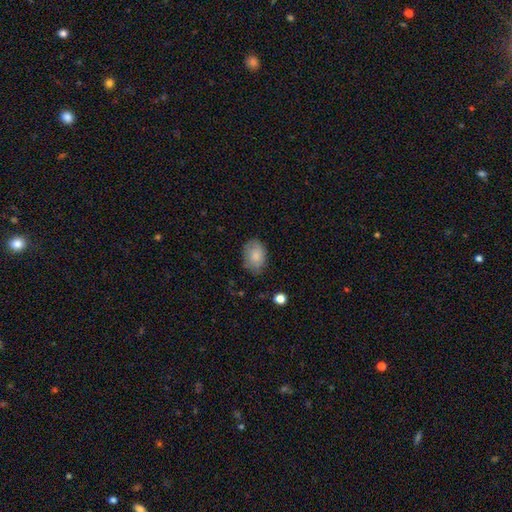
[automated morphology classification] This appears to be a smooth galaxy with no disk features (83%) that is in between round and cigar-shaped (78%). Merging: none (72%).